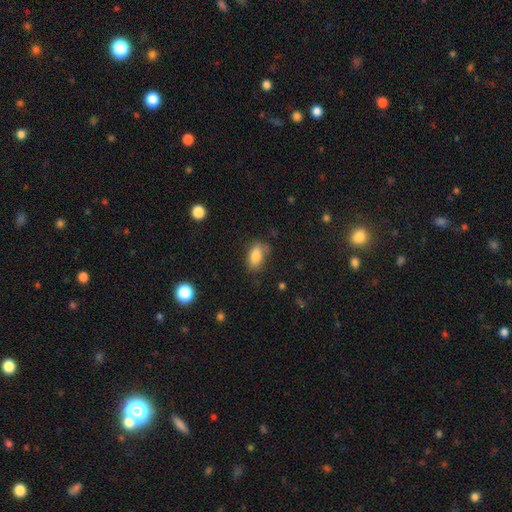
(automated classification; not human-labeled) Smooth or featured? Predicted: smooth (p=0.82). How rounded? Predicted: in between (p=0.88). Merging? Predicted: none (p=0.64).